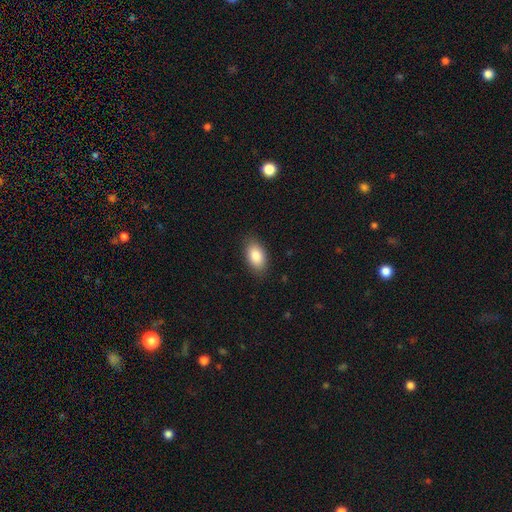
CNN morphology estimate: A smooth galaxy with no disk features (86%) that is in between round and cigar-shaped (93%).

Vote fractions:
- Smooth or featured? smooth: 86% / star or artifact: 7% / featured or disk: 7%
- How rounded? in between: 93% / round: 5% / cigar-shaped: 2%
- Merging? none: 86% / minor disturbance: 10% / major disturbance: 3% / merger: 1%